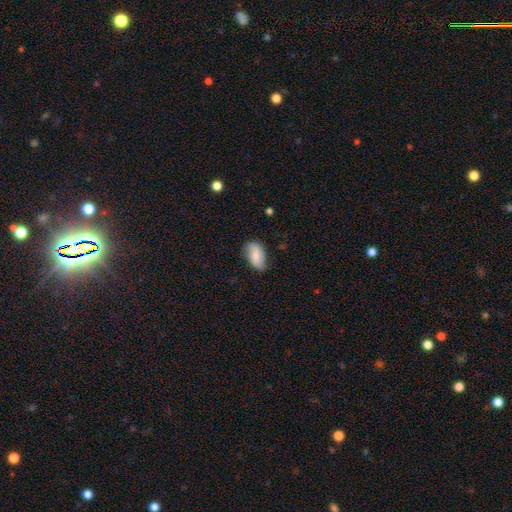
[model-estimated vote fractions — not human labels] A smooth galaxy with no disk features (60%) that is in between round and cigar-shaped (91%).

Vote fractions:
- Smooth or featured? smooth: 60% / featured or disk: 33% / star or artifact: 7%
- How rounded? in between: 91% / round: 6% / cigar-shaped: 2%
- Merging? none: 68% / minor disturbance: 25% / major disturbance: 5% / merger: 1%